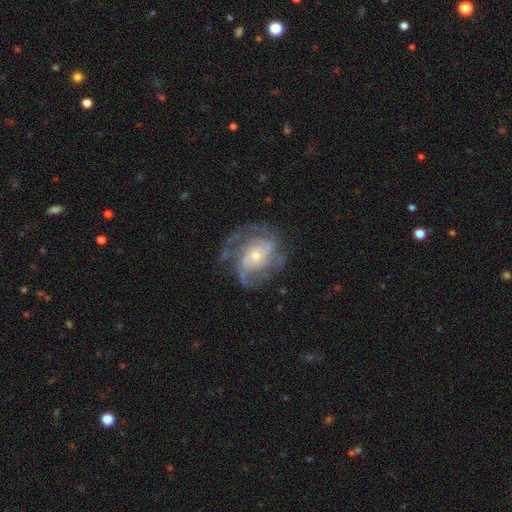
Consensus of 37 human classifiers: Morphology: type=featured or disk (92%); edge-on=no (100%); bar=no (71%); spiral arms=yes (91%); winding=medium (45%); arm count=2 (58%); bulge=small (68%); merging=none (66%).